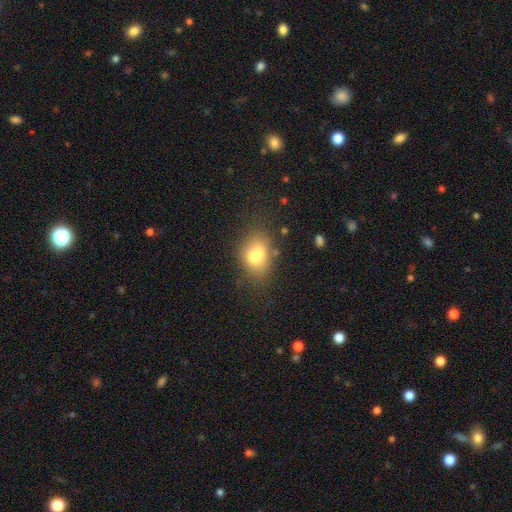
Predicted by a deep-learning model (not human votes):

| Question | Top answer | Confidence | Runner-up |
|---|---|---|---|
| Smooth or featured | smooth | 69% | featured or disk (20%) |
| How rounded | in between | 72% | round (26%) |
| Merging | none | 43% | merger (29%) |